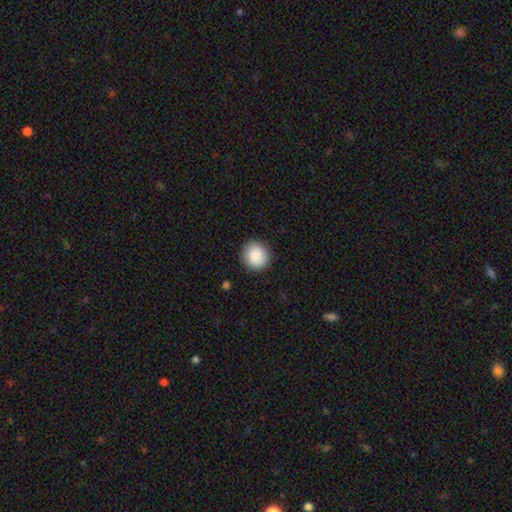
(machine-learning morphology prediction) A smooth galaxy with no disk features (89%) that is round (89%). Merging: none (90%).